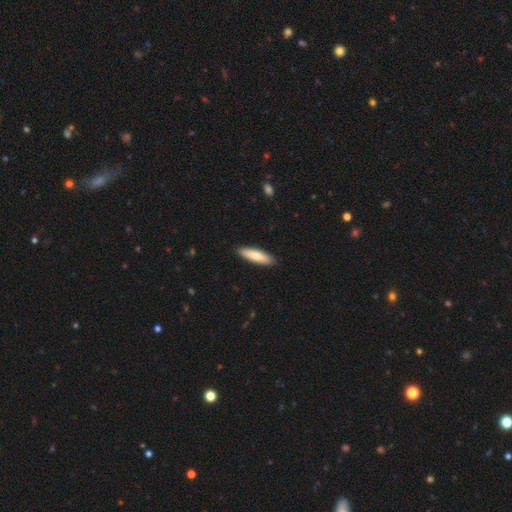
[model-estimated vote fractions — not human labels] Smooth or featured?
  - smooth: 77% *
  - featured or disk: 18%
  - star or artifact: 5%
How rounded?
  - cigar-shaped: 63% *
  - in between: 36%
  - round: 1%
Merging?
  - none: 90% *
  - minor disturbance: 8%
  - major disturbance: 1%
  - merger: 1%